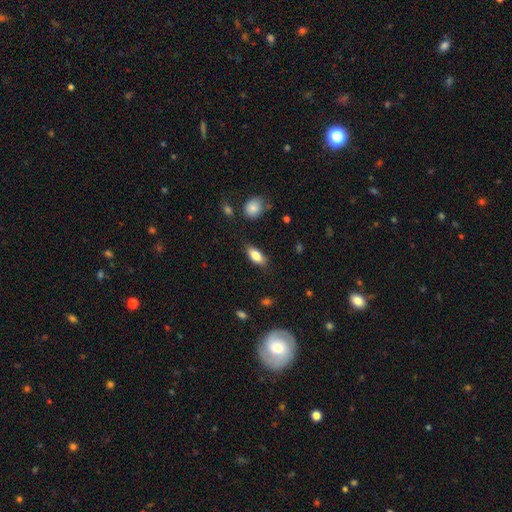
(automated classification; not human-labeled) The model was most divided on "merging": none: 82%, minor disturbance: 13%, major disturbance: 3%, merger: 2%. More confident: how rounded — in between (84%); smooth or featured — smooth (81%).